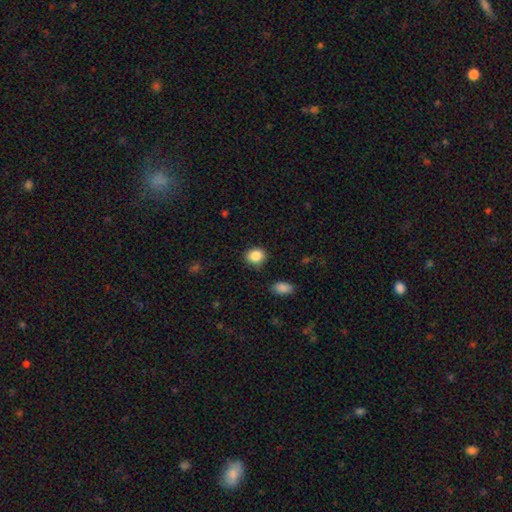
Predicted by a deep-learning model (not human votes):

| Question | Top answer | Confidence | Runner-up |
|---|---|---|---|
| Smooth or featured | smooth | 86% | star or artifact (9%) |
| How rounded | round | 70% | in between (29%) |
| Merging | none | 81% | minor disturbance (14%) |